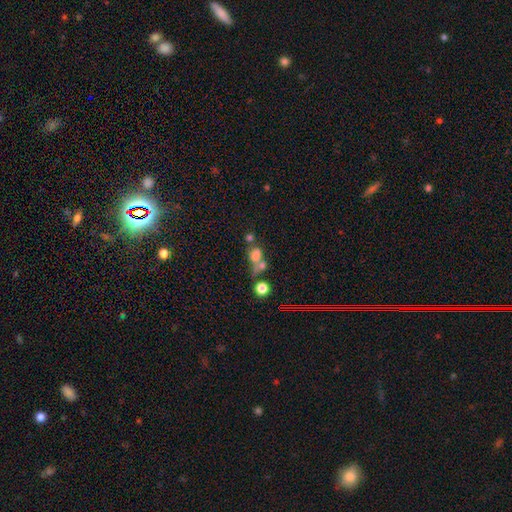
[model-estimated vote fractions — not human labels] This appears to be a smooth galaxy with no disk features (66%) that is in between round and cigar-shaped (57%). Merging: merger (47%).